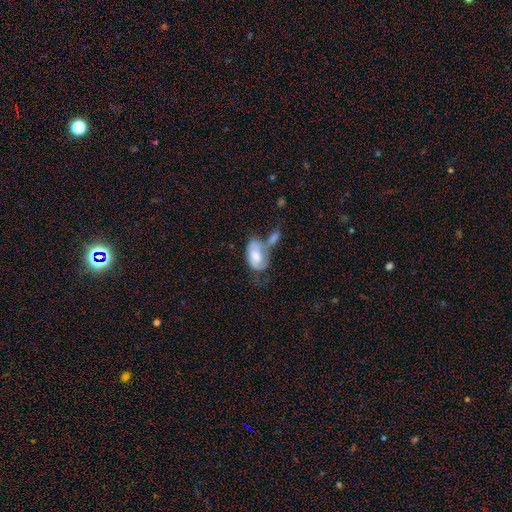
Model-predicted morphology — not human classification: This is possibly a smooth galaxy (51%). How rounded: clearly in between (91%). Merging: marginally merger (43%).